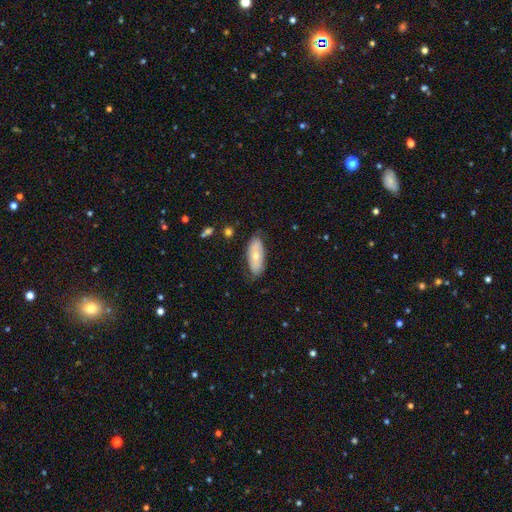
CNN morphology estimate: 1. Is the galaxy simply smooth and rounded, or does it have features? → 59% smooth, 34% featured or disk, 6% star or artifact.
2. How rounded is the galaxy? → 84% in between, 13% cigar-shaped, 3% round.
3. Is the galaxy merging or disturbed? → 74% none, 21% minor disturbance, 4% major disturbance, 1% merger.